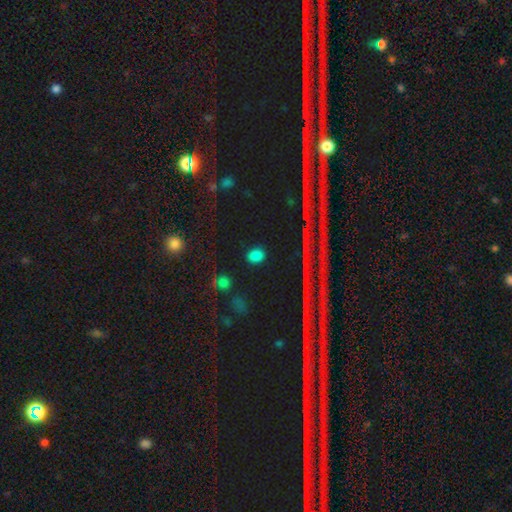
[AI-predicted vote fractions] Q: Smooth or featured?
A: smooth (75%); runner-up: star or artifact (19%)
Q: How rounded?
A: in between (58%); runner-up: round (39%)
Q: Merging?
A: none (87%); runner-up: minor disturbance (9%)